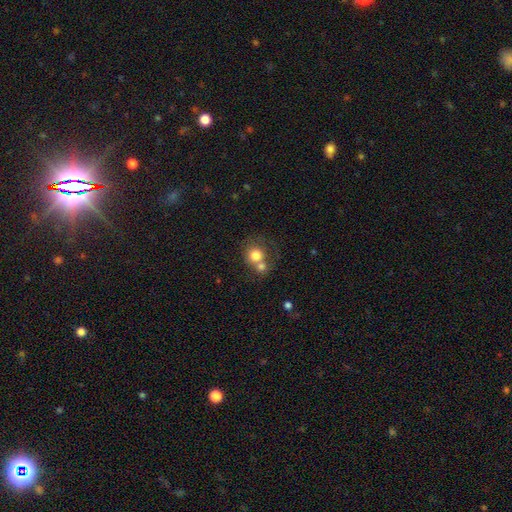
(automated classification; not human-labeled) Smooth or featured? smooth (76%)
How rounded? round (84%)
Merging? merger (49%)